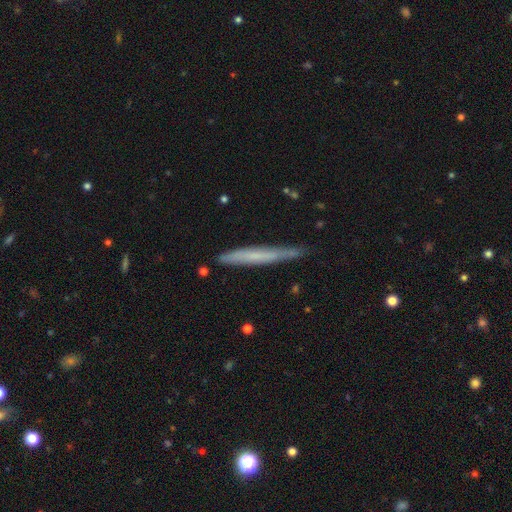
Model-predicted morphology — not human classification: smooth-or-featured: smooth: 53% | featured or disk: 41% | star or artifact: 7%
  how-rounded: cigar-shaped: 96% | in between: 2% | round: 1%
  merging: none: 78% | minor disturbance: 18% | major disturbance: 3% | merger: 2%